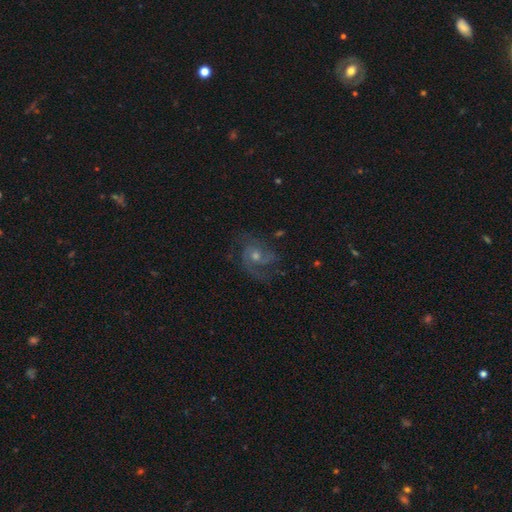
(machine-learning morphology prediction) Overall: featured or disk (82%). Edge-on disk: no (97%). Bar: no (67%; weak 28%). Spiral arms: yes (96%). Spiral arm count: 2 (59%). Spiral winding: medium (53%; tight 25%). Bulge size: moderate (53%; small 40%). Merging: none (70%).